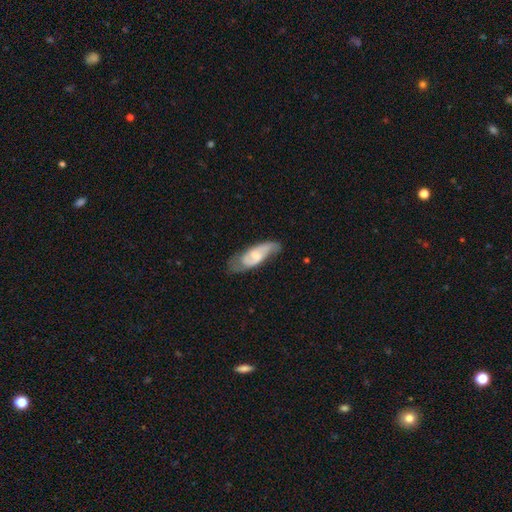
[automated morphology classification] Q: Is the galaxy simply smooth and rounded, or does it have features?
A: featured or disk — 66%.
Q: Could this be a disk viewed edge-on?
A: no — 89%.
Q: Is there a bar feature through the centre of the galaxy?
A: weak — 48%.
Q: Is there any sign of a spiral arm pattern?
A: yes — 88%.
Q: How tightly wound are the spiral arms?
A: medium — 46%.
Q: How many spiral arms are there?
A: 2 — 79%.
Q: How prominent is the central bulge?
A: small — 37%.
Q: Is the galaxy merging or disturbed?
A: none — 60%.